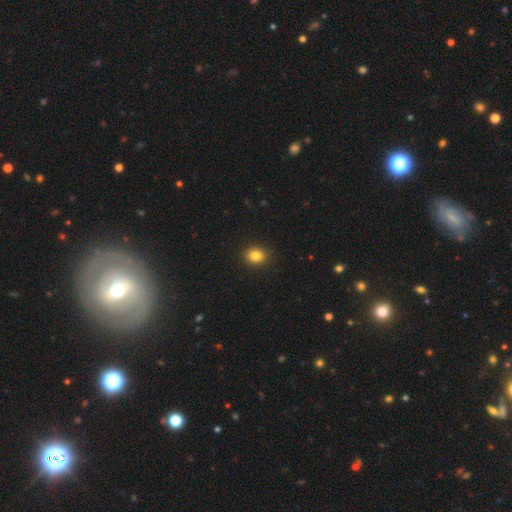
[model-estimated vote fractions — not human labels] Overall: smooth (84%). How rounded: round (62%; in between 37%). Merging: none (90%).